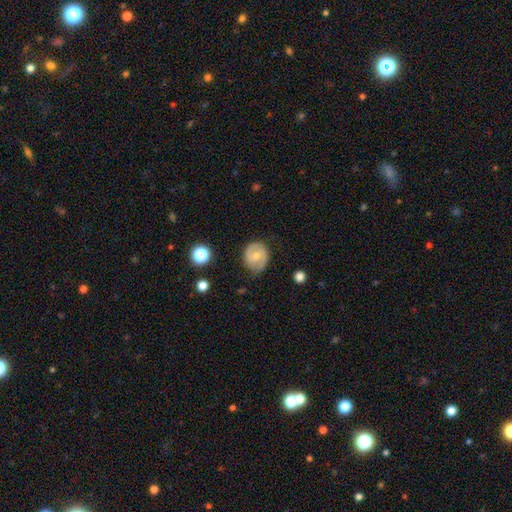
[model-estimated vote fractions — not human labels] This appears to be a featured or disk galaxy (62%) with a weak bar (47%), 2 (84%) medium (47%) spiral arms (90%) and a small central bulge (49%). Merging: none (73%).